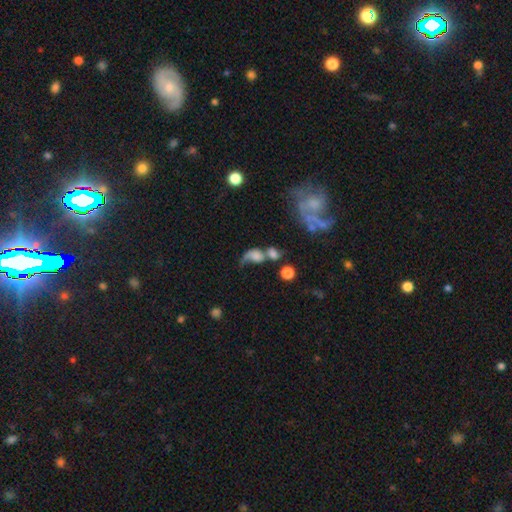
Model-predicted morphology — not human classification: smooth-or-featured: smooth: 45% | featured or disk: 42% | star or artifact: 13%
  merging: merger: 42% | major disturbance: 28% | none: 18% | minor disturbance: 12%